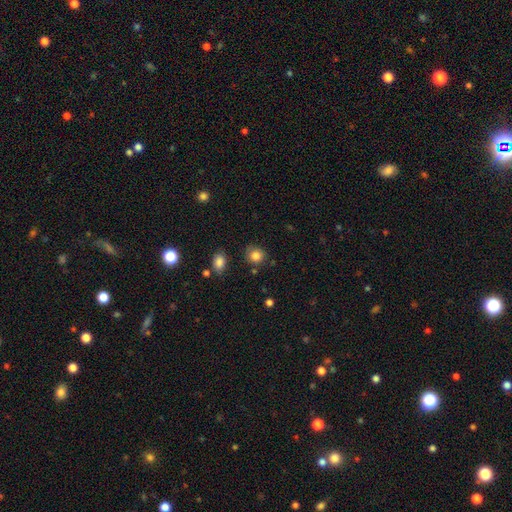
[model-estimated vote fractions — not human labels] The model was most divided on "merging": none: 72%, minor disturbance: 19%, major disturbance: 5%, merger: 4%. More confident: smooth or featured — smooth (83%); how rounded — round (82%).